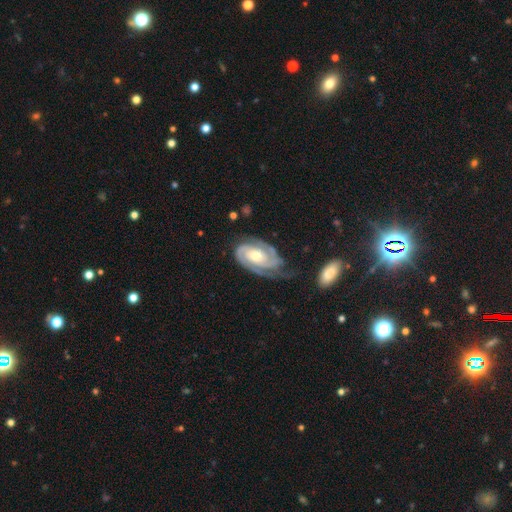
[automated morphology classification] A featured or disk galaxy (91%) with no bar (63%), 2 (77%) tight (70%) spiral arms (98%) and a moderate central bulge (66%). Merging: none (62%).